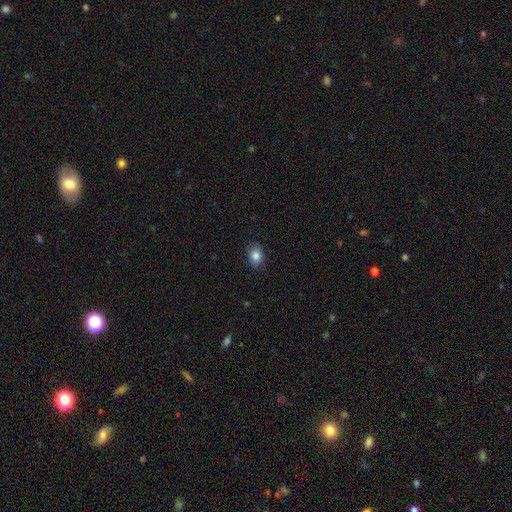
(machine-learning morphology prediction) smooth 85%, star or artifact 9%, featured or disk 6%. Down the decision tree: how rounded — in between (73%); merging — none (85%).